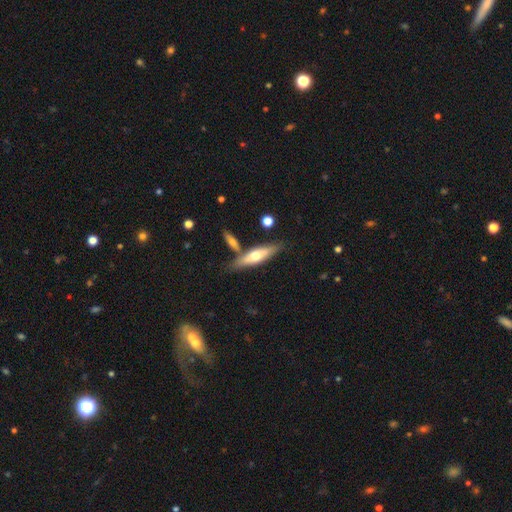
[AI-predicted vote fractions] Smooth or featured? Predicted: featured or disk (p=0.48). Merging? Predicted: none (p=0.70).